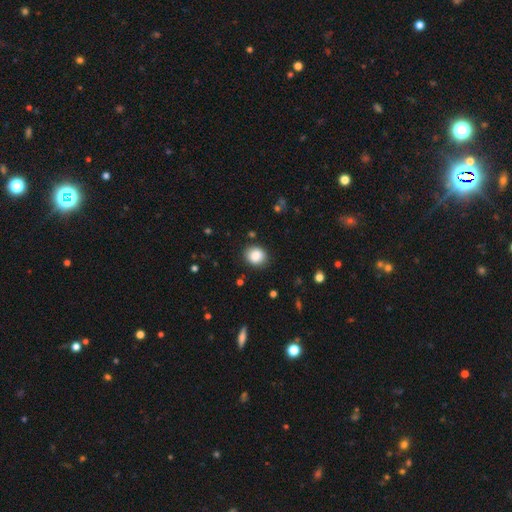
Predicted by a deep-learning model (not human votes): This is clearly a smooth galaxy (86%). How rounded: likely round (71%). Merging: clearly none (87%).